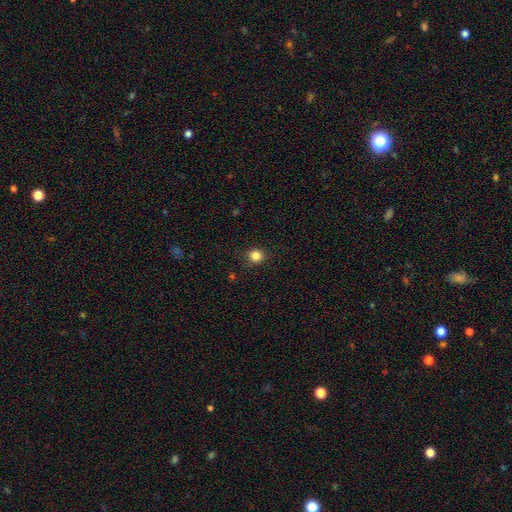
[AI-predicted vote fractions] Smooth or featured? Predicted: smooth (p=0.83). How rounded? Predicted: round (p=0.89). Merging? Predicted: none (p=0.88).